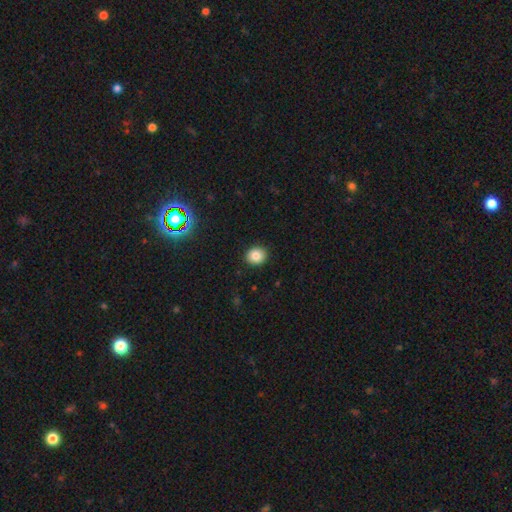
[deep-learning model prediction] A smooth galaxy with no disk features (83%) that is round (78%).

Vote fractions:
- Smooth or featured? smooth: 83% / star or artifact: 11% / featured or disk: 7%
- How rounded? round: 78% / in between: 21% / cigar-shaped: 1%
- Merging? none: 91% / minor disturbance: 6% / major disturbance: 2% / merger: 1%